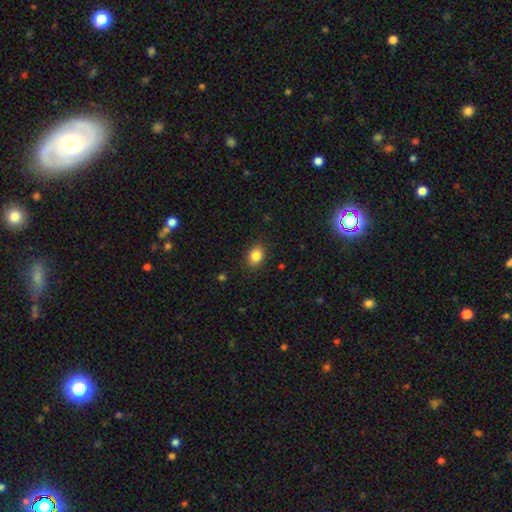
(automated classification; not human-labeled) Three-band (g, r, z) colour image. It shows a smooth galaxy with no disk features (86%) that is in between round and cigar-shaped (61%). Merging: none (88%).